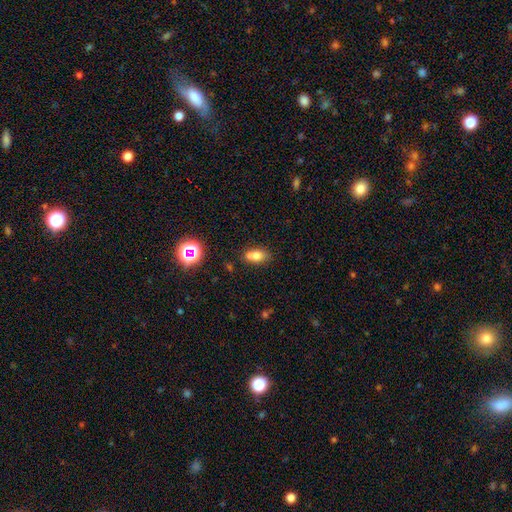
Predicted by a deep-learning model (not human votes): smooth 72%, featured or disk 14%, star or artifact 13%. Down the decision tree: how rounded — in between (74%); merging — none (47%).